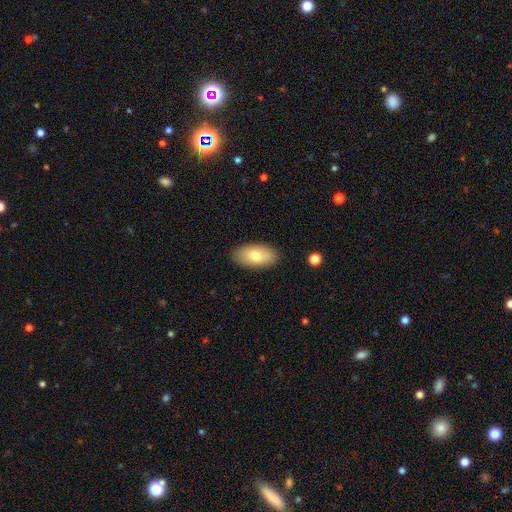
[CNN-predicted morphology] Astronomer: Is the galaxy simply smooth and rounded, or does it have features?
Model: smooth — 74%.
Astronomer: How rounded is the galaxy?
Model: in between — 94%.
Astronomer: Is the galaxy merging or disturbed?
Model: none — 87%.